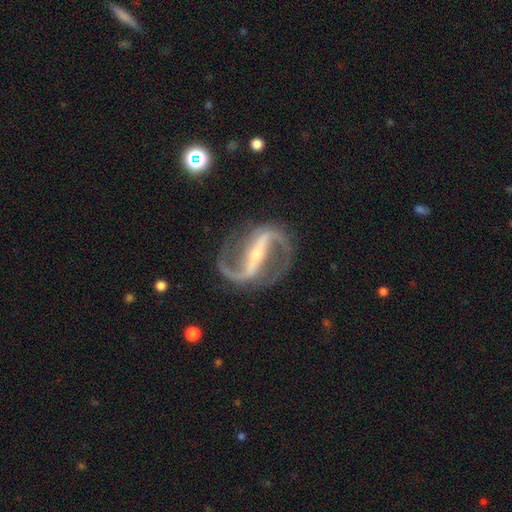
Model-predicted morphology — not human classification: Q: Smooth or featured?
A: featured or disk (93%); runner-up: star or artifact (4%)
Q: Edge-on disk?
A: no (96%); runner-up: yes (4%)
Q: Bar?
A: strong (77%); runner-up: weak (16%)
Q: Spiral arms?
A: yes (98%); runner-up: no (2%)
Q: Spiral winding?
A: medium (52%); runner-up: loose (36%)
Q: Spiral arm count?
A: 2 (94%); runner-up: can't tell (1%)
Q: Bulge size?
A: small (69%); runner-up: moderate (23%)
Q: Merging?
A: none (83%); runner-up: minor disturbance (10%)